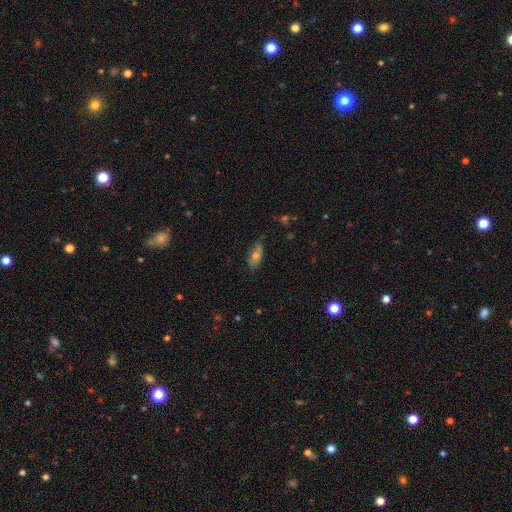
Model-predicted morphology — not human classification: Smooth or featured: smooth — 62% (featured or disk — 28%)
How rounded: in between — 78% (cigar-shaped — 18%)
Merging: none — 76% (minor disturbance — 19%)